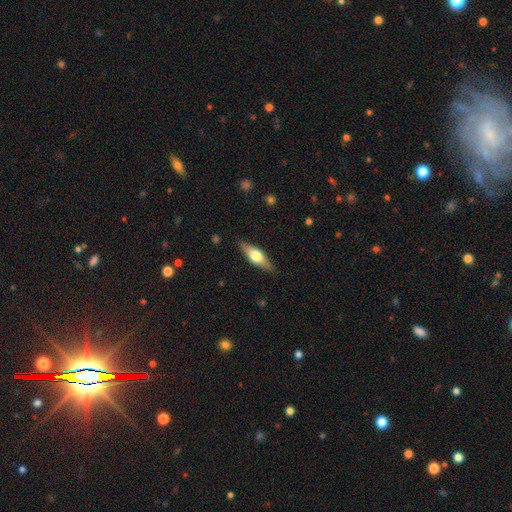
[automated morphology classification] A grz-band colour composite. It shows a featured or disk galaxy (50%) viewed edge-on (91%). Merging: none (85%).